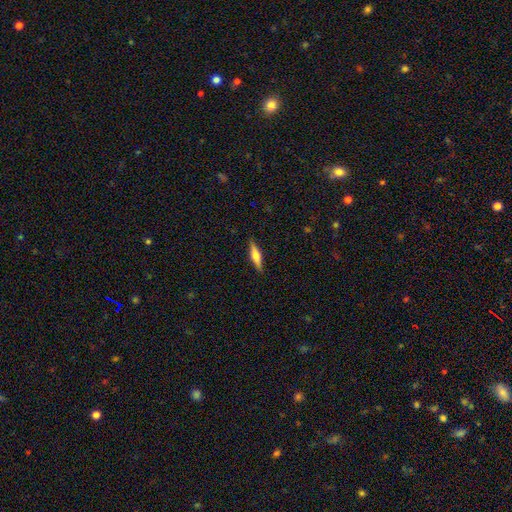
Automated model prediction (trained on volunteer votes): The model was most divided on "smooth or featured": smooth: 54%, featured or disk: 40%, star or artifact: 6%. More confident: merging — none (89%); how rounded — cigar-shaped (75%).